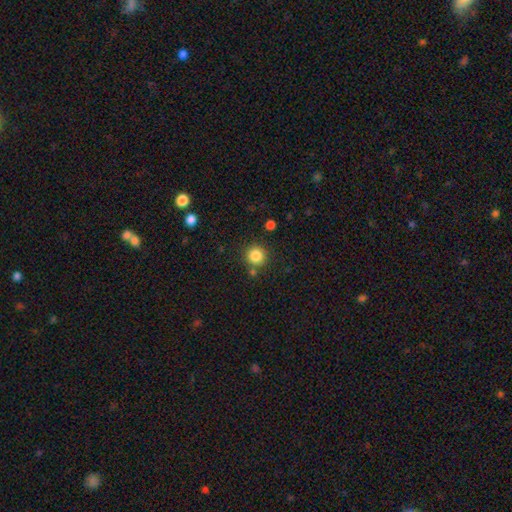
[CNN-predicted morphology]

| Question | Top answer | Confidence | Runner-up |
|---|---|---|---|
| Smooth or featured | smooth | 85% | star or artifact (11%) |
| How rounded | round | 93% | in between (6%) |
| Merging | none | 84% | minor disturbance (7%) |